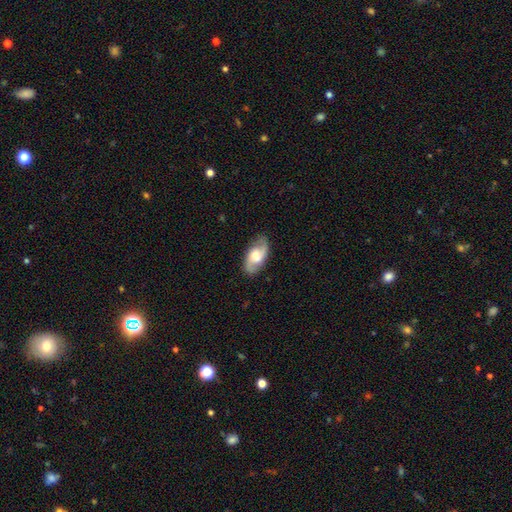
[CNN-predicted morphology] This is likely a featured or disk galaxy (70%). It is clearly not viewed edge-on (93%). Bar: marginally weak (45%). Spiral arm pattern: clearly yes (90%). Spiral arm count: clearly 2 (89%). Spiral winding: possibly medium (45%). Central bulge: possibly moderate (56%). Merging: clearly none (84%).